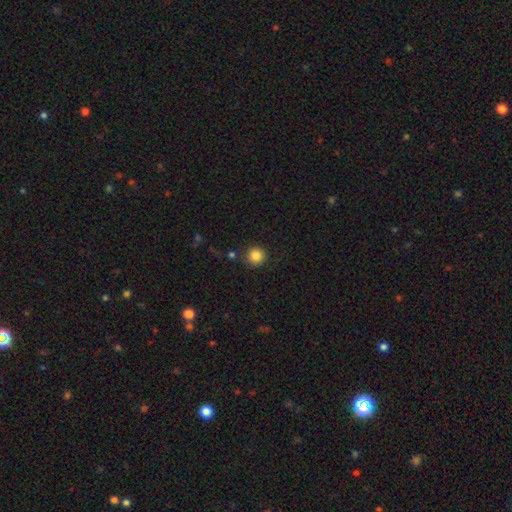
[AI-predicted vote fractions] A smooth galaxy with no disk features (85%) that is round (94%). Merging: none (87%).